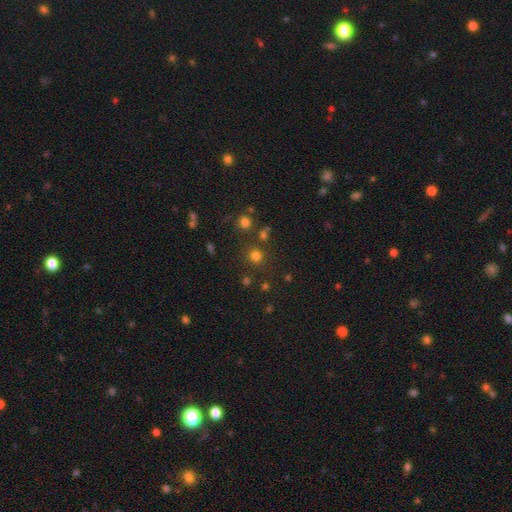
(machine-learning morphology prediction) A smooth galaxy with no disk features (74%) that is round (91%).

Vote fractions:
- Smooth or featured? smooth: 74% / star or artifact: 21% / featured or disk: 5%
- How rounded? round: 91% / in between: 8% / cigar-shaped: 1%
- Merging? none: 83% / minor disturbance: 7% / merger: 7% / major disturbance: 3%